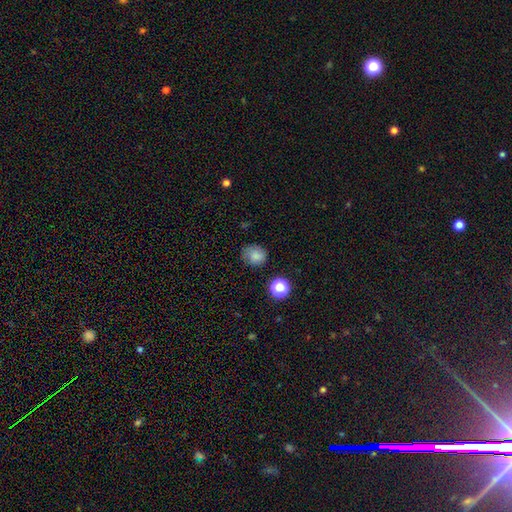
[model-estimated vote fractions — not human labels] Smooth or featured? Predicted: smooth (p=0.80). How rounded? Predicted: round (p=0.79). Merging? Predicted: none (p=0.73).